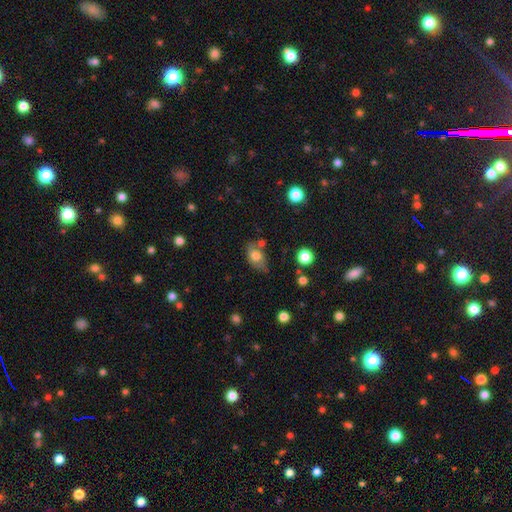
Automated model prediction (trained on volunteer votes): Smooth or featured? Predicted: smooth (p=0.70). How rounded? Predicted: in between (p=0.84). Merging? Predicted: none (p=0.57).